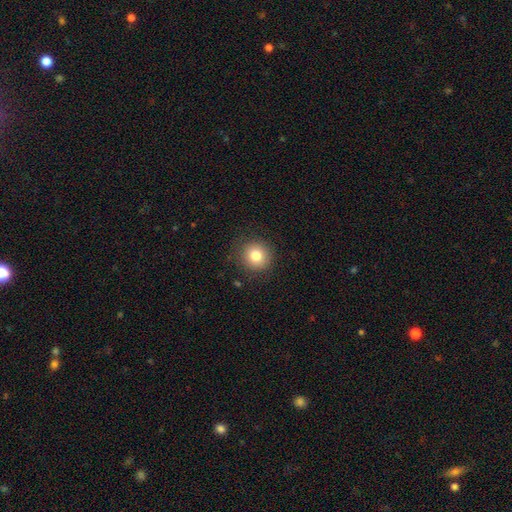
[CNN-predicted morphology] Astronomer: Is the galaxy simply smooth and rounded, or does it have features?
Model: smooth — 80%.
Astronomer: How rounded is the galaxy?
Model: round — 93%.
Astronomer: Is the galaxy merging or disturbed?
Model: none — 88%.